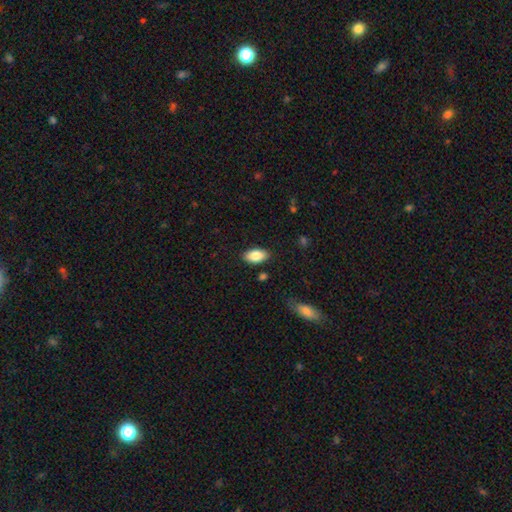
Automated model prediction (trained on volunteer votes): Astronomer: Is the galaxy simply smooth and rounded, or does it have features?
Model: smooth — 83%.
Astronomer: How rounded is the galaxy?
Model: in between — 94%.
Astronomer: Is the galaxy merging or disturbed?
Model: none — 86%.